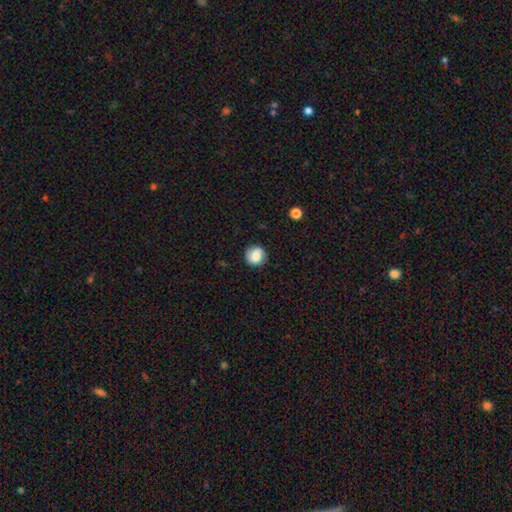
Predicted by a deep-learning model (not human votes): Smooth or featured? smooth (71%)
How rounded? round (89%)
Merging? none (84%)